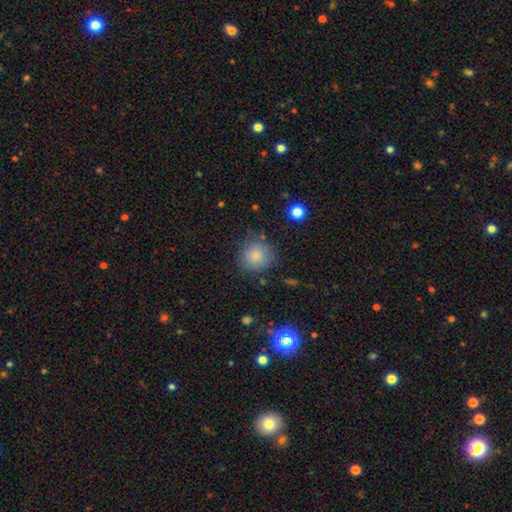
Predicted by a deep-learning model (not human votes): This is clearly a smooth galaxy (83%). How rounded: clearly round (89%). Merging: likely none (76%).